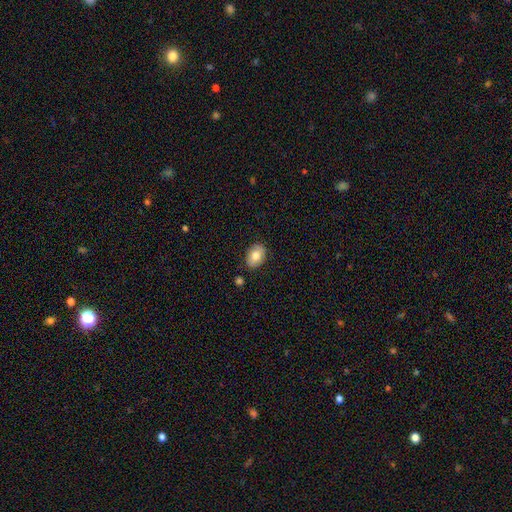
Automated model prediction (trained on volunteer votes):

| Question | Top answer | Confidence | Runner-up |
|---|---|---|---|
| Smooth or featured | smooth | 76% | featured or disk (17%) |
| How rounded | in between | 78% | round (21%) |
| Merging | none | 83% | minor disturbance (12%) |